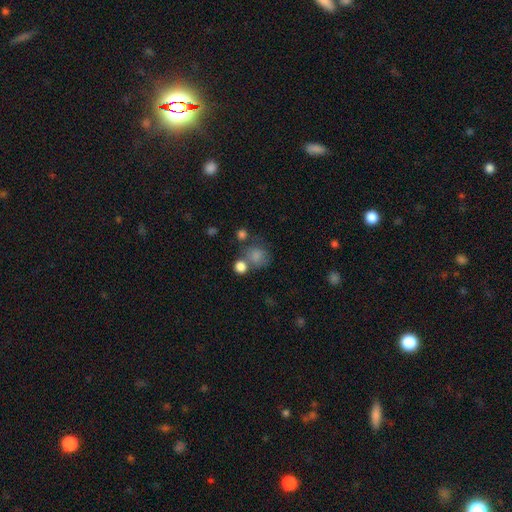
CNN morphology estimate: The model was most divided on "merging": none: 53%, merger: 23%, minor disturbance: 15%, major disturbance: 9%. More confident: how rounded — round (79%); smooth or featured — smooth (79%).